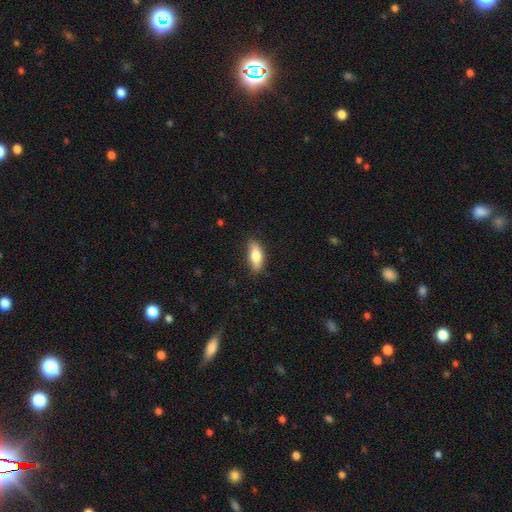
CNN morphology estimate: type=smooth (77%); roundness=in between (73%); merging=none (83%).